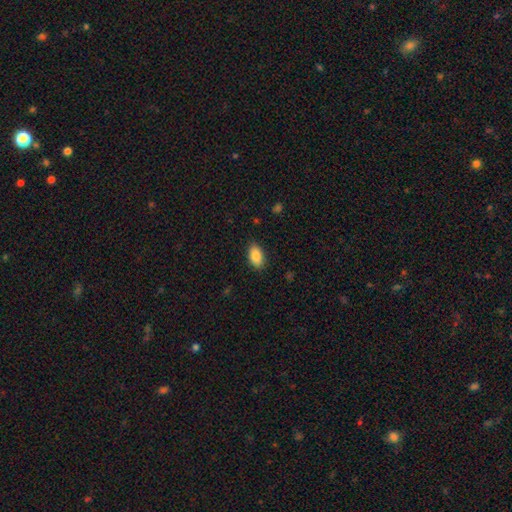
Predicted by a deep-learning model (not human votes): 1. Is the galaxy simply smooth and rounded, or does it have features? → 87% smooth, 7% star or artifact, 6% featured or disk.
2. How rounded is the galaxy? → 93% in between, 5% round, 2% cigar-shaped.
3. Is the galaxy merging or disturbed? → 86% none, 10% minor disturbance, 2% major disturbance, 1% merger.